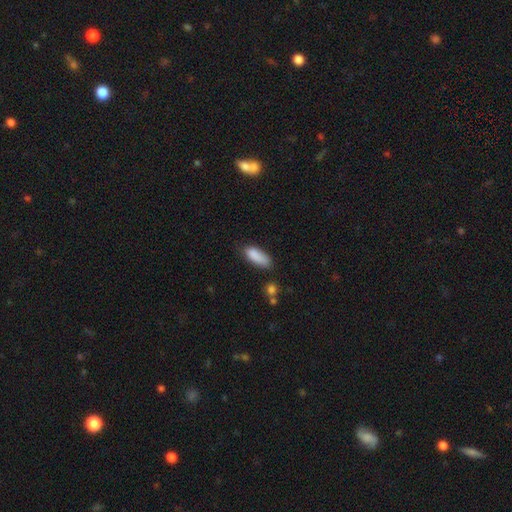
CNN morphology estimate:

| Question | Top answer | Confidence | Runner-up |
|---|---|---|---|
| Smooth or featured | smooth | 87% | star or artifact (7%) |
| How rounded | in between | 71% | cigar-shaped (27%) |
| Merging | none | 65% | minor disturbance (26%) |